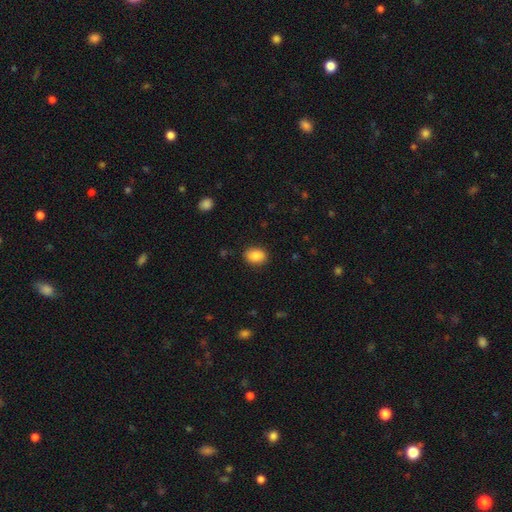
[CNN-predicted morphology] type=smooth (89%); roundness=in between (75%); merging=none (88%).